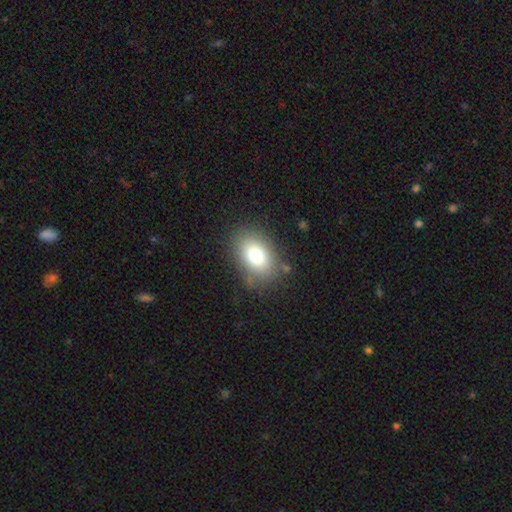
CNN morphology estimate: The model was most divided on "how rounded": in between: 79%, round: 19%, cigar-shaped: 1%. More confident: merging — none (80%); smooth or featured — smooth (77%).